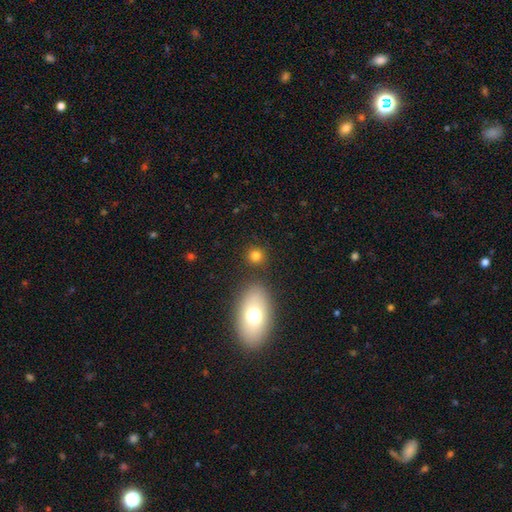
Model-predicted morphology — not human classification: Smooth or featured? Predicted: smooth (p=0.78). How rounded? Predicted: round (p=0.86). Merging? Predicted: none (p=0.80).